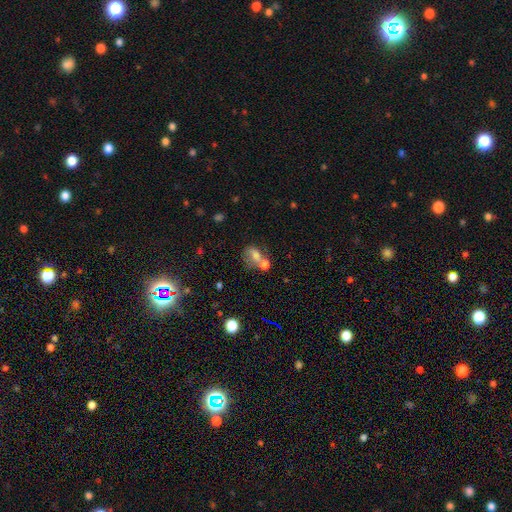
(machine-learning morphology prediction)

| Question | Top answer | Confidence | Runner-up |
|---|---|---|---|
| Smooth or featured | smooth | 66% | featured or disk (20%) |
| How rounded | in between | 64% | round (34%) |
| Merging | merger | 53% | none (24%) |